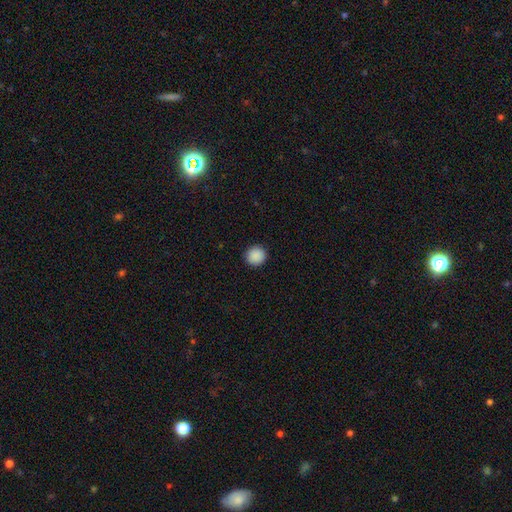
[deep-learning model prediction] This appears to be a smooth galaxy with no disk features (90%) that is round (94%). Merging: none (93%).